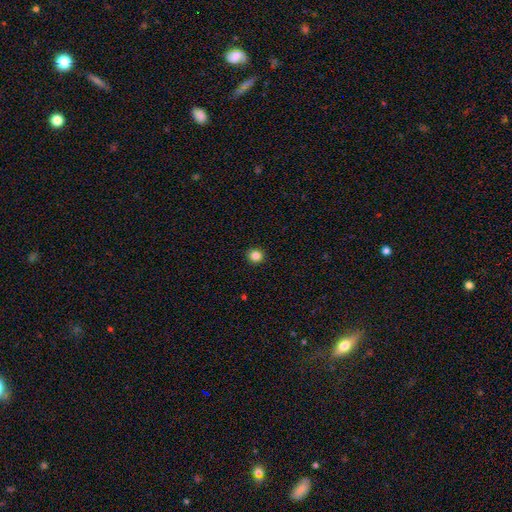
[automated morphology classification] Smooth or featured? Predicted: smooth (p=0.85). How rounded? Predicted: round (p=0.92). Merging? Predicted: none (p=0.93).